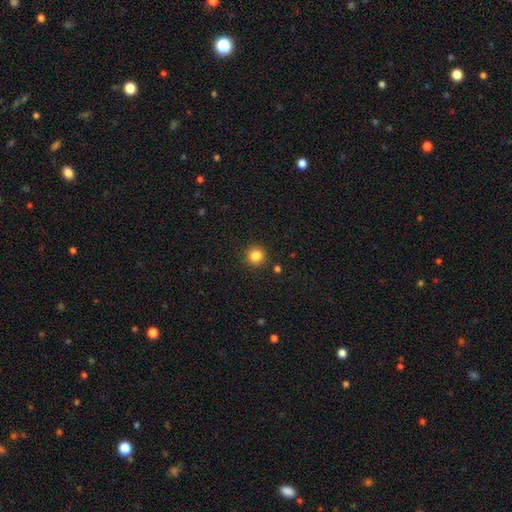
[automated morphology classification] Overall: smooth (84%). How rounded: round (93%). Merging: none (90%).